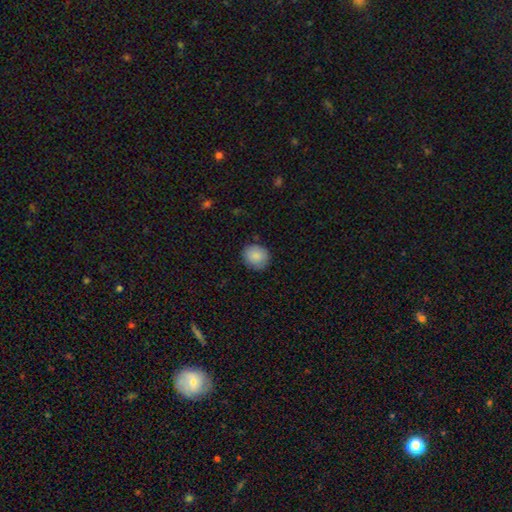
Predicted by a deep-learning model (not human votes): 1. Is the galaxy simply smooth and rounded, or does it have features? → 87% smooth, 7% star or artifact, 6% featured or disk.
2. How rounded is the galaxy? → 77% round, 22% in between, 1% cigar-shaped.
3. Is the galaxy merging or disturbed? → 85% none, 12% minor disturbance, 2% major disturbance, 1% merger.